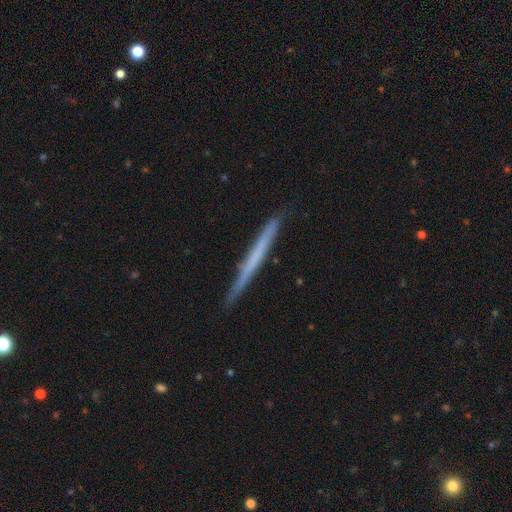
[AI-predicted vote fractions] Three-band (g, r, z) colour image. It shows a featured or disk galaxy (48%). Merging: none (90%).